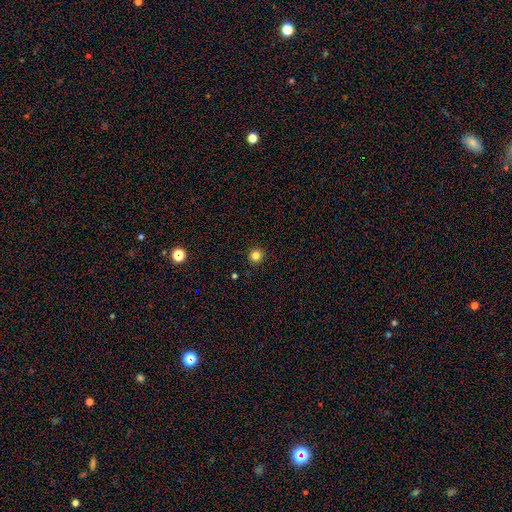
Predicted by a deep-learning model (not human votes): A smooth galaxy with no disk features (82%) that is round (96%). Merging: none (93%).